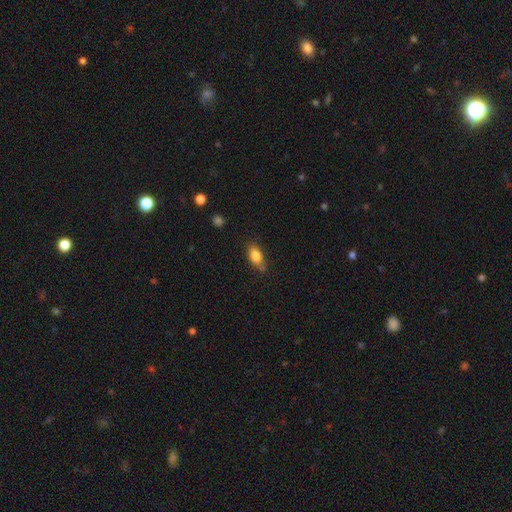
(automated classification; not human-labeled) smooth 83%, featured or disk 9%, star or artifact 8%. Down the decision tree: how rounded — in between (87%); merging — none (71%).